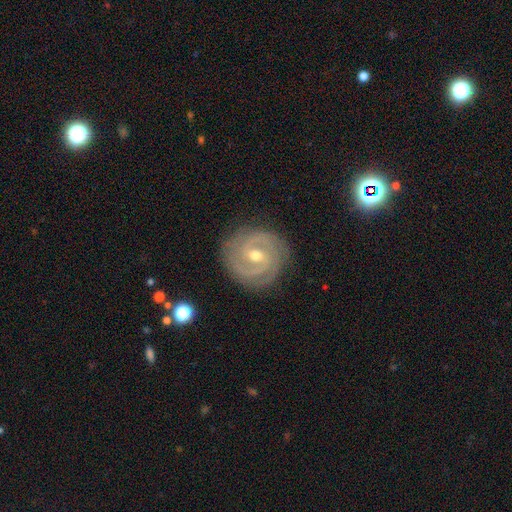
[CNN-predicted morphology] Smooth or featured: featured or disk — 90% (smooth — 5%)
Edge-on disk: no — 98% (yes — 2%)
Bar: weak — 49% (no — 32%)
Spiral arms: yes — 98% (no — 2%)
Spiral winding: tight — 71% (medium — 26%)
Spiral arm count: 2 — 68% (3 — 15%)
Bulge size: moderate — 60% (small — 37%)
Merging: none — 85% (minor disturbance — 11%)